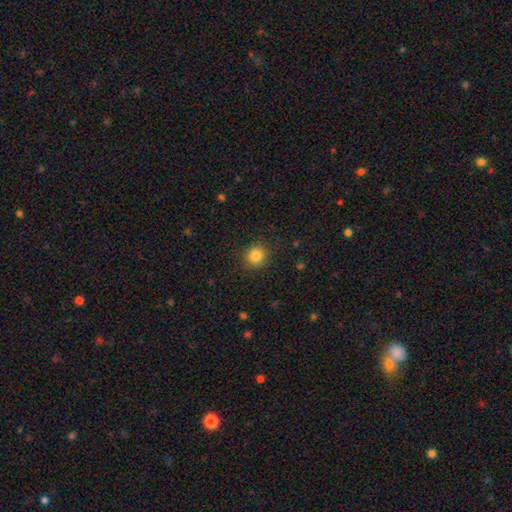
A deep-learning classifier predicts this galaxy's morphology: Smooth or featured?
  - smooth: 83% *
  - star or artifact: 12%
  - featured or disk: 6%
How rounded?
  - round: 88% *
  - in between: 11%
  - cigar-shaped: 1%
Merging?
  - none: 89% *
  - minor disturbance: 8%
  - major disturbance: 3%
  - merger: 1%